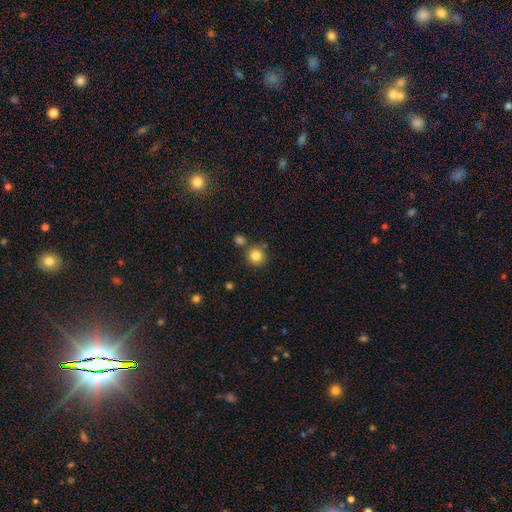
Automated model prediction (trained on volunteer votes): Overall: smooth (82%). How rounded: round (93%). Merging: none (77%).